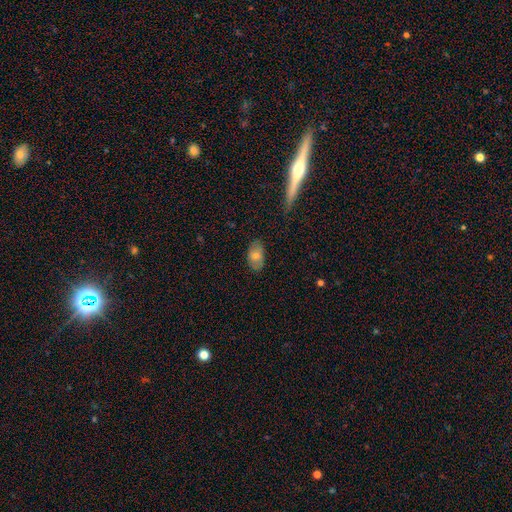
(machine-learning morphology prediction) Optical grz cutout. It shows a smooth galaxy with no disk features (69%) that is in between round and cigar-shaped (91%). Merging: none (80%).